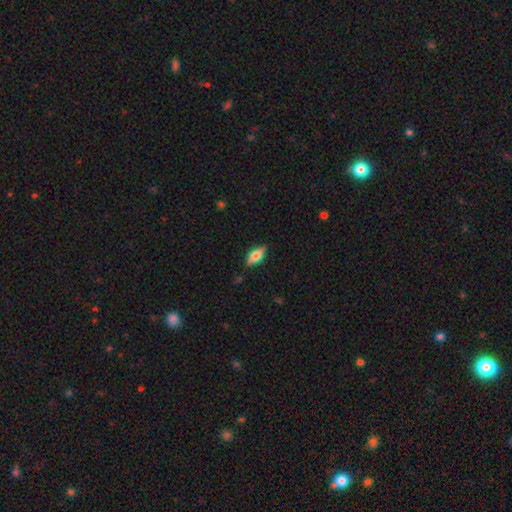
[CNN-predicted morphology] Smooth or featured: smooth — 54% (featured or disk — 38%)
How rounded: in between — 76% (cigar-shaped — 21%)
Merging: none — 84% (minor disturbance — 12%)